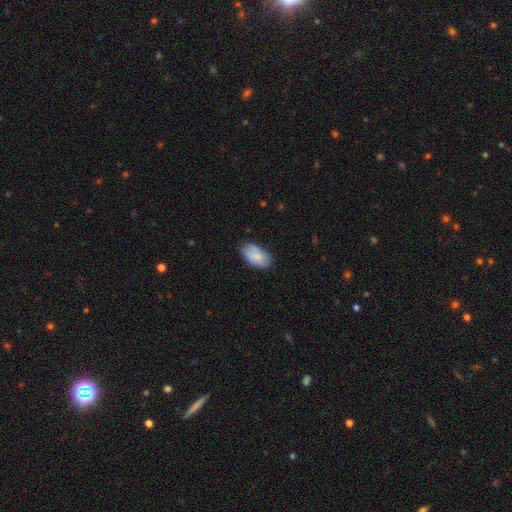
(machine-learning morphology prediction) smooth 73%, featured or disk 20%, star or artifact 7%. Down the decision tree: how rounded — in between (94%); merging — none (70%).